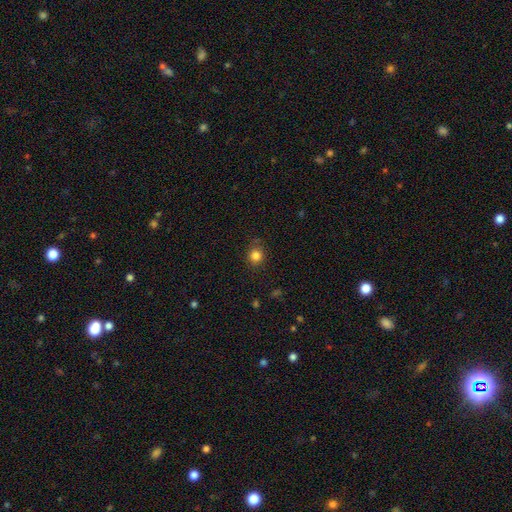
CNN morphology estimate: Q: Smooth or featured?
A: smooth (83%); runner-up: star or artifact (12%)
Q: How rounded?
A: round (86%); runner-up: in between (13%)
Q: Merging?
A: none (84%); runner-up: minor disturbance (11%)